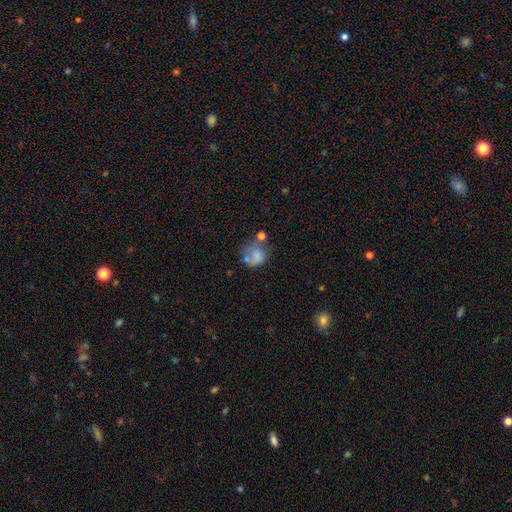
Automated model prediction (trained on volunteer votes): This is likely a smooth galaxy (67%). How rounded: likely round (70%). Merging: marginally none (36%).